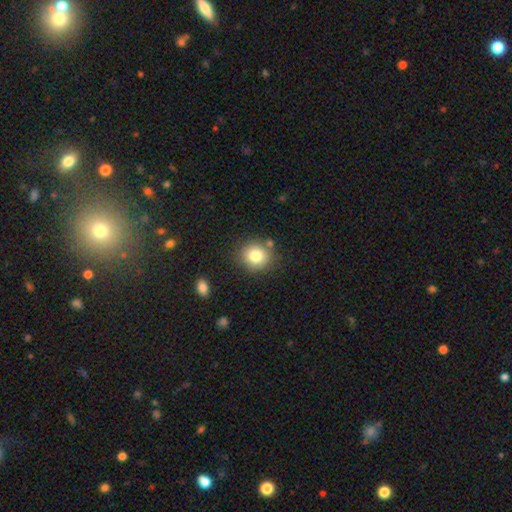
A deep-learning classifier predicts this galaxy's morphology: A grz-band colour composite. It shows a smooth galaxy with no disk features (80%) that is round (81%). Merging: none (80%).